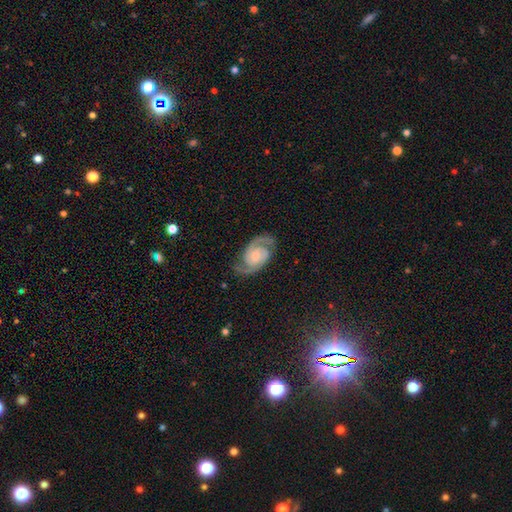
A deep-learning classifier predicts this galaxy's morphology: A featured or disk galaxy (91%) with no bar (65%), 2 (93%) medium (49%) spiral arms (98%) and a small central bulge (49%). Merging: none (81%).